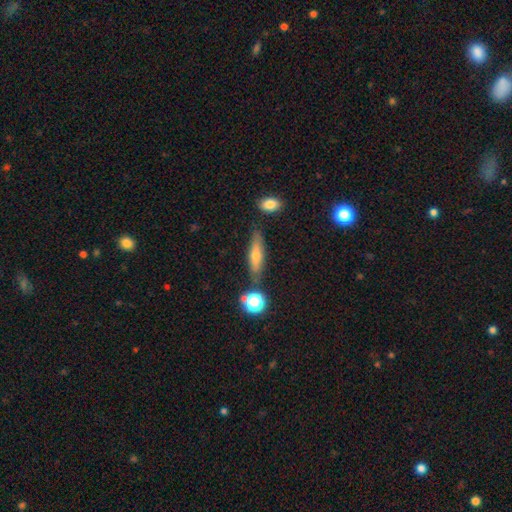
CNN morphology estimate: The model was most divided on "smooth or featured": smooth: 50%, featured or disk: 39%, star or artifact: 11%. More confident: merging — none (79%).